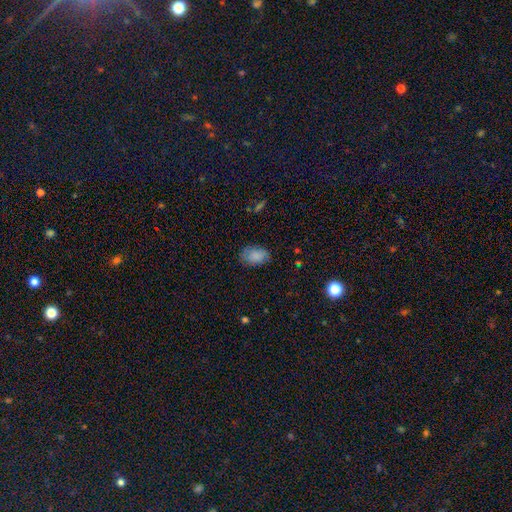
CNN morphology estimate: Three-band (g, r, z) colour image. It shows a smooth galaxy with no disk features (82%) that is in between round and cigar-shaped (88%). Merging: none (78%).